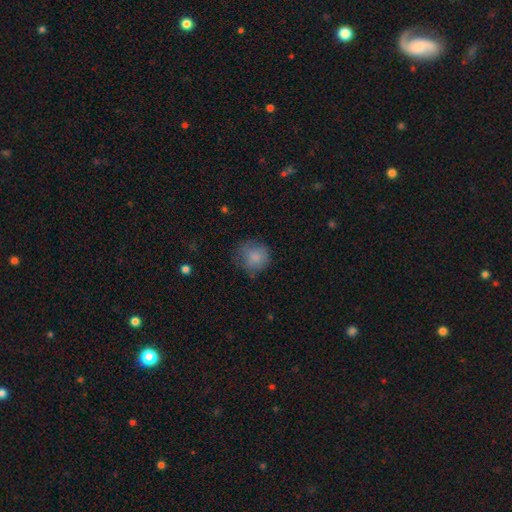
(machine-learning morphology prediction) Q: Smooth or featured?
A: smooth (80%); runner-up: featured or disk (10%)
Q: How rounded?
A: round (85%); runner-up: in between (14%)
Q: Merging?
A: none (66%); runner-up: minor disturbance (23%)